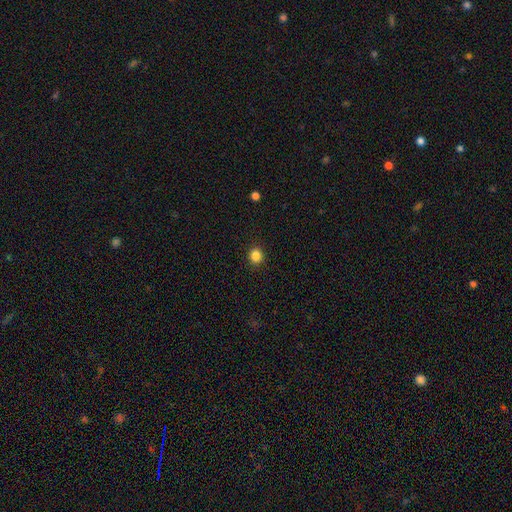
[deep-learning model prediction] Smooth or featured? Predicted: smooth (p=0.86). How rounded? Predicted: round (p=0.82). Merging? Predicted: none (p=0.91).